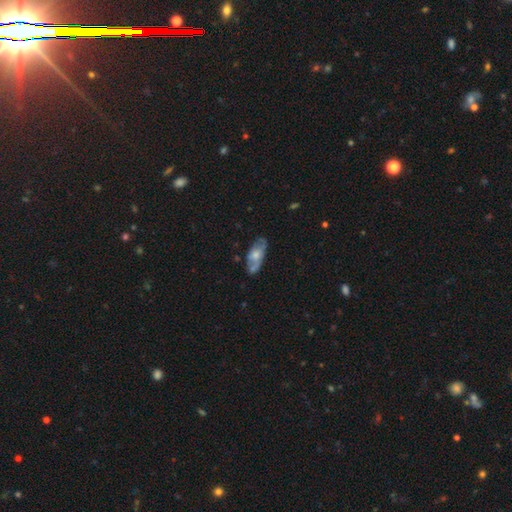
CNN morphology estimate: This is possibly a smooth galaxy (47%). Merging: likely none (60%).